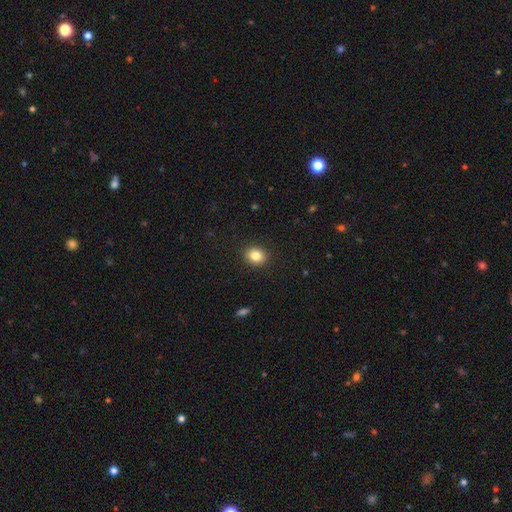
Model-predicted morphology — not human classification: A smooth galaxy with no disk features (83%) that is round (67%). Merging: none (91%).